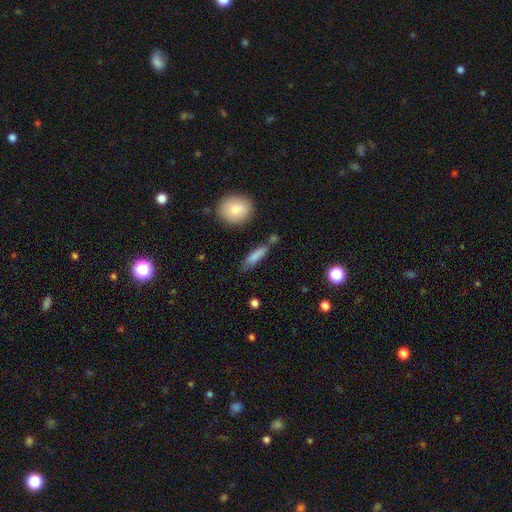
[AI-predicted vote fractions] A smooth galaxy with no disk features (82%) that is cigar-shaped (67%). Merging: none (68%).